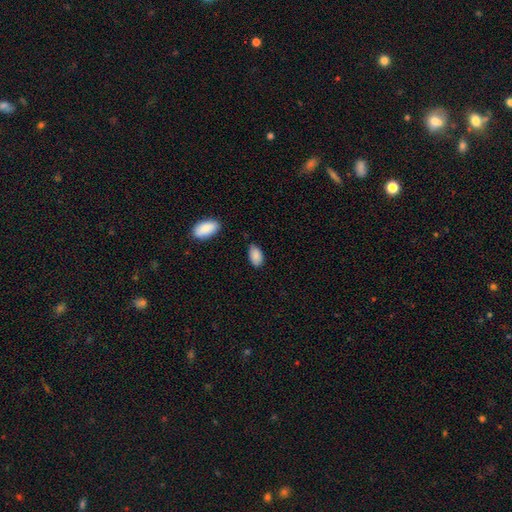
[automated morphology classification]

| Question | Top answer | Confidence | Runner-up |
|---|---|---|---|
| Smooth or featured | smooth | 88% | star or artifact (7%) |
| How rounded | in between | 94% | round (4%) |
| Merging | none | 75% | minor disturbance (19%) |